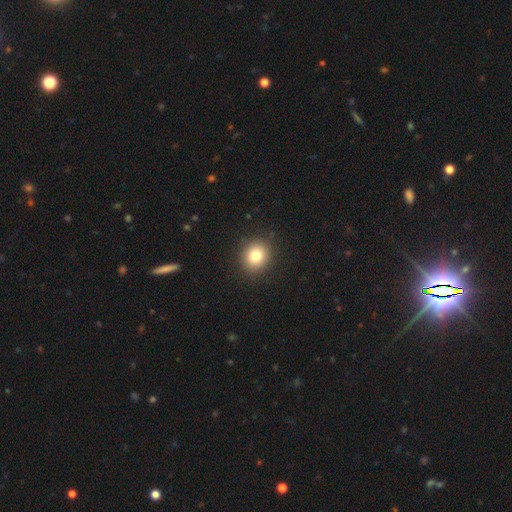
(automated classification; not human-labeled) This appears to be a smooth galaxy with no disk features (80%) that is round (80%). Merging: none (91%).